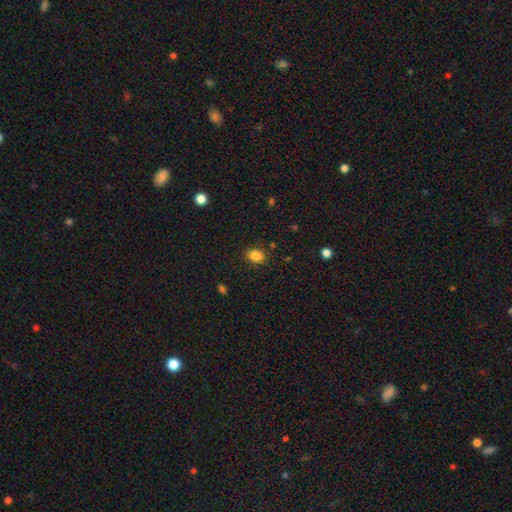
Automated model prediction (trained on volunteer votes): smooth_or_featured: smooth (p=0.85) [alt: star or artifact p=0.10]
how_rounded: in between (p=0.71) [alt: round p=0.28]
merging: none (p=0.86) [alt: minor disturbance p=0.10]